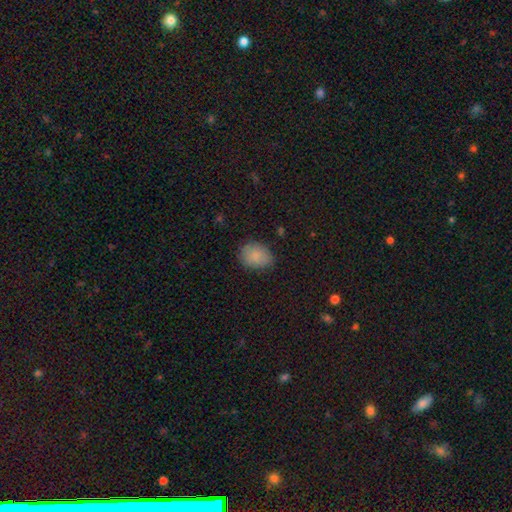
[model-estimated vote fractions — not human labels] smooth-or-featured: smooth: 86% | star or artifact: 8% | featured or disk: 6%
  how-rounded: in between: 59% | round: 40% | cigar-shaped: 1%
  merging: none: 77% | minor disturbance: 19% | major disturbance: 4% | merger: 1%